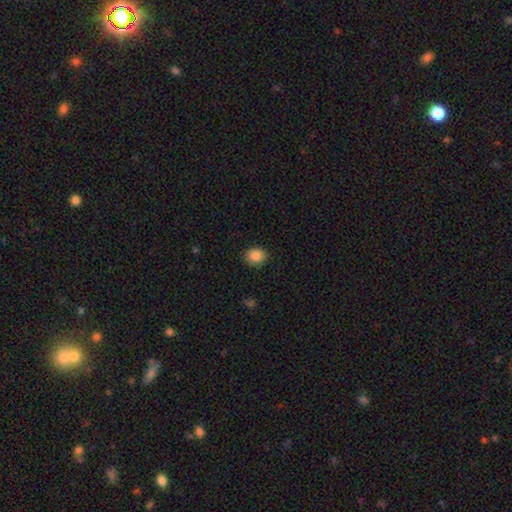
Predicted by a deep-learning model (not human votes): The model was most divided on "how rounded": round: 55%, in between: 44%, cigar-shaped: 1%. More confident: merging — none (88%); smooth or featured — smooth (86%).